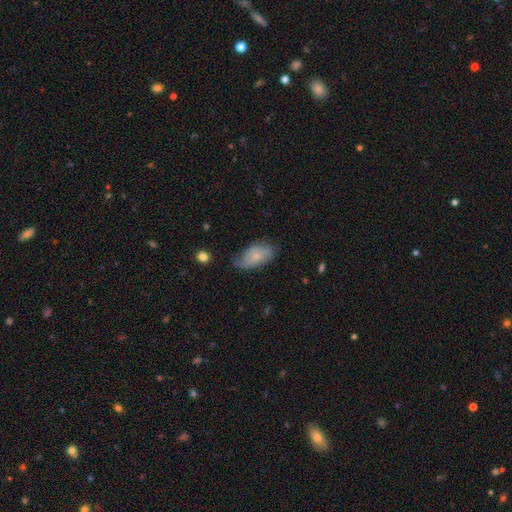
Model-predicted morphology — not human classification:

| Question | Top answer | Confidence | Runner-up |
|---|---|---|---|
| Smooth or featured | smooth | 57% | featured or disk (36%) |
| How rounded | in between | 92% | round (4%) |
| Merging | none | 51% | minor disturbance (34%) |